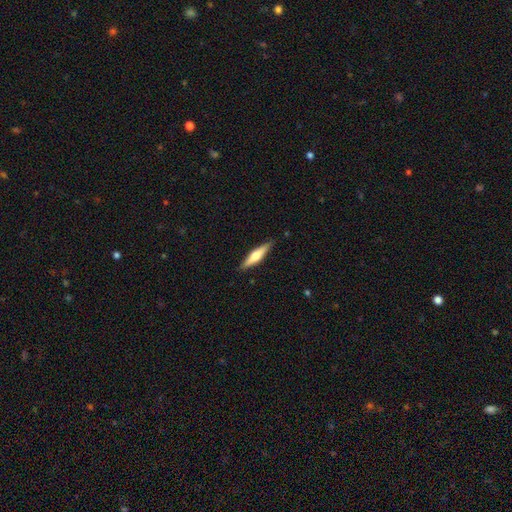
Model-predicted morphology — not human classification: featured or disk 53%, smooth 42%, star or artifact 5%. Down the decision tree: edge-on disk — yes (96%); edge-on bulge — rounded (89%); merging — none (88%).